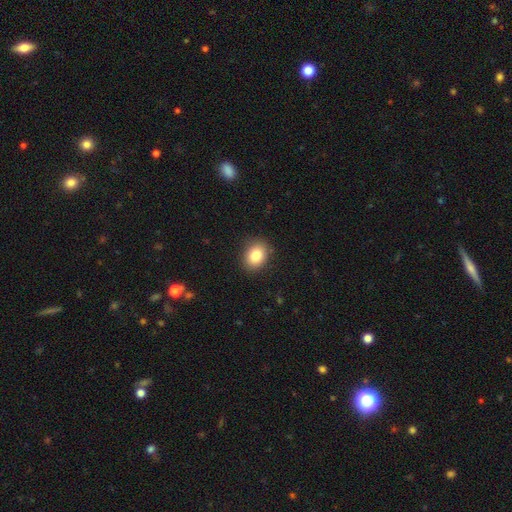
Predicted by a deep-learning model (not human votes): A smooth galaxy with no disk features (83%) that is in between round and cigar-shaped (62%).

Vote fractions:
- Smooth or featured? smooth: 83% / star or artifact: 9% / featured or disk: 8%
- How rounded? in between: 62% / round: 37% / cigar-shaped: 1%
- Merging? none: 88% / minor disturbance: 9% / major disturbance: 2% / merger: 1%